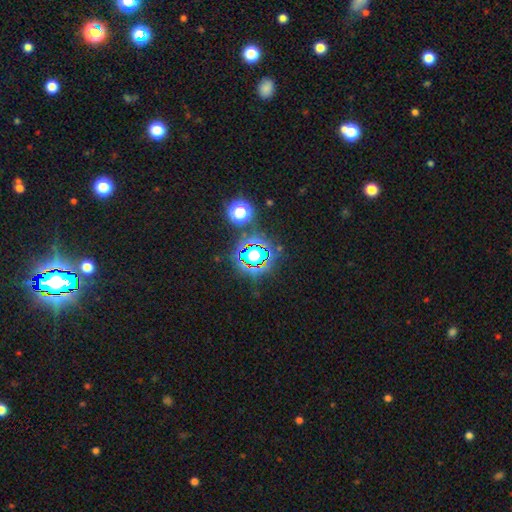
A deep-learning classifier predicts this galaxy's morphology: smooth-or-featured: star or artifact: 77% | smooth: 15% | featured or disk: 8%